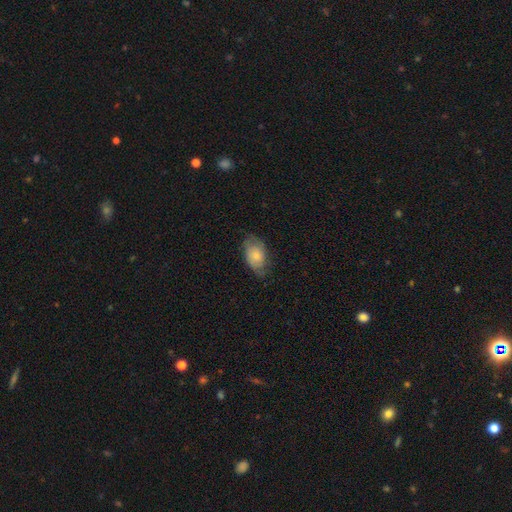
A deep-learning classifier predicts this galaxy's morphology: This is likely a smooth galaxy (65%). How rounded: clearly in between (90%). Merging: likely none (64%).